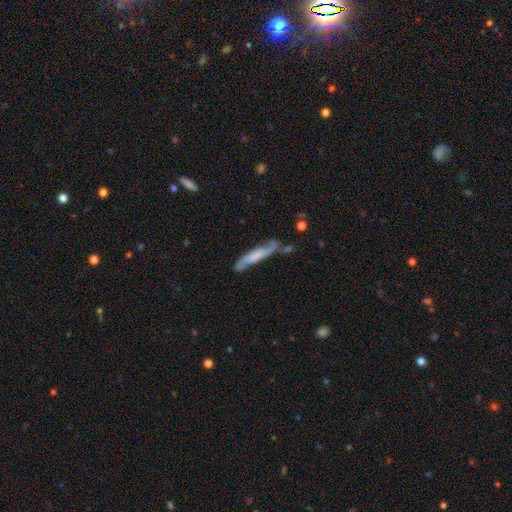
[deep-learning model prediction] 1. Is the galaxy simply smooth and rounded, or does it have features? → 54% featured or disk, 40% smooth, 6% star or artifact.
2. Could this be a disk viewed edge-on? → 52% yes, 48% no.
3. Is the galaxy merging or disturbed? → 65% none, 22% minor disturbance, 6% major disturbance, 6% merger.